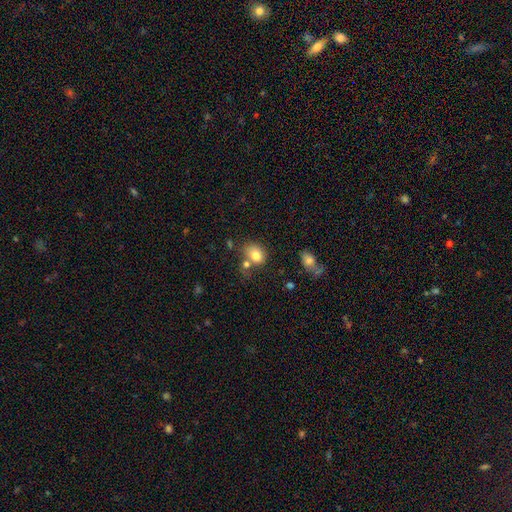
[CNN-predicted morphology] This appears to be a smooth galaxy with no disk features (79%) that is in between round and cigar-shaped (54%). Merging: none (51%).